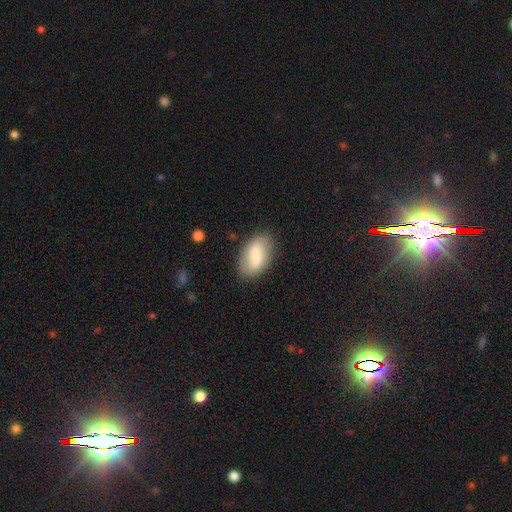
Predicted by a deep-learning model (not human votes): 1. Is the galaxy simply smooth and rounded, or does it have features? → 65% smooth, 28% featured or disk, 7% star or artifact.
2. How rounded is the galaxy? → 93% in between, 5% round, 2% cigar-shaped.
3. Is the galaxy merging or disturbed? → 81% none, 14% minor disturbance, 4% major disturbance, 1% merger.